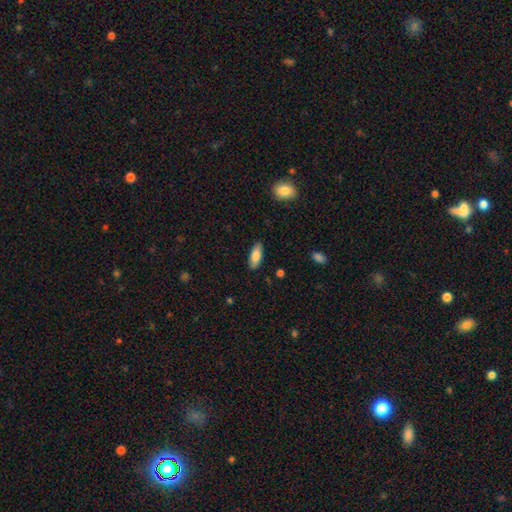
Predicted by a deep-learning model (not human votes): Smooth or featured? smooth (83%)
How rounded? in between (79%)
Merging? none (87%)